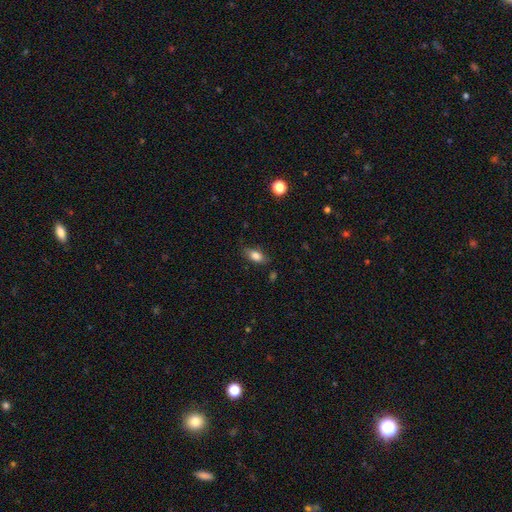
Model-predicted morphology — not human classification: Smooth or featured? Predicted: smooth (p=0.81). How rounded? Predicted: in between (p=0.86). Merging? Predicted: none (p=0.77).